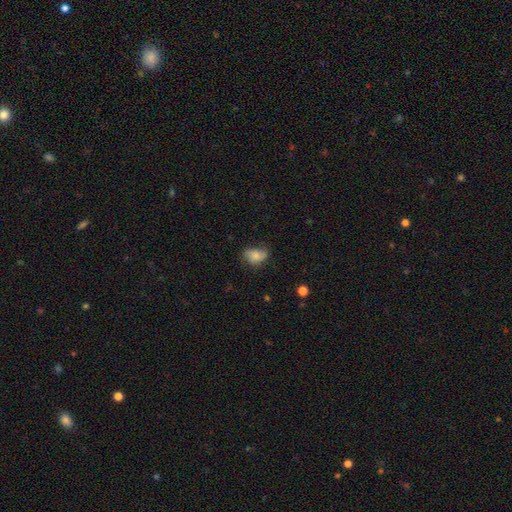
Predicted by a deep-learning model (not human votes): Smooth or featured? smooth (61%)
How rounded? in between (74%)
Merging? none (56%)